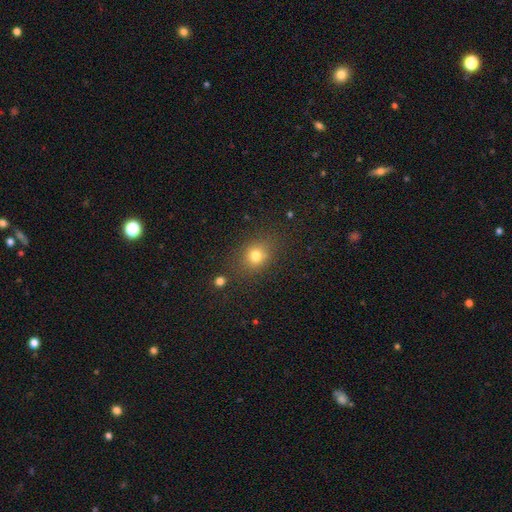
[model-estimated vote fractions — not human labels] smooth-or-featured: smooth: 76% | star or artifact: 15% | featured or disk: 8%
  how-rounded: round: 64% | in between: 35% | cigar-shaped: 1%
  merging: none: 79% | minor disturbance: 12% | major disturbance: 5% | merger: 4%